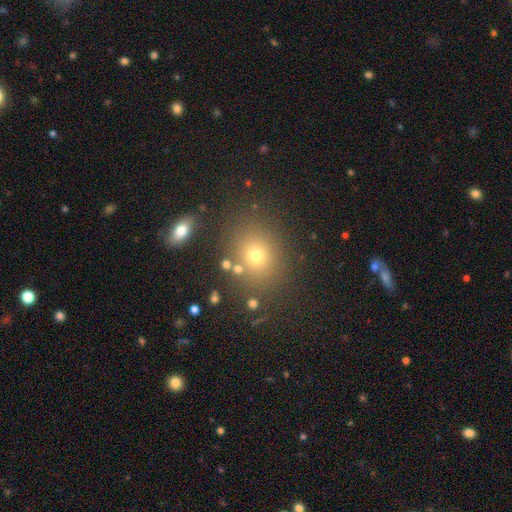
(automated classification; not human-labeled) Smooth or featured? smooth (68%)
How rounded? round (61%)
Merging? none (80%)